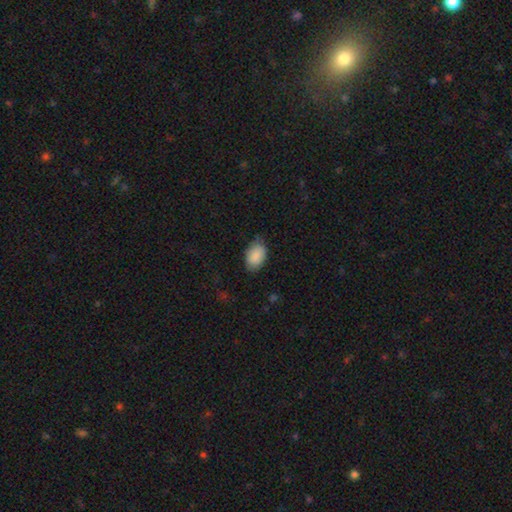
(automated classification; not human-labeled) Smooth or featured? smooth (89%)
How rounded? in between (90%)
Merging? none (72%)